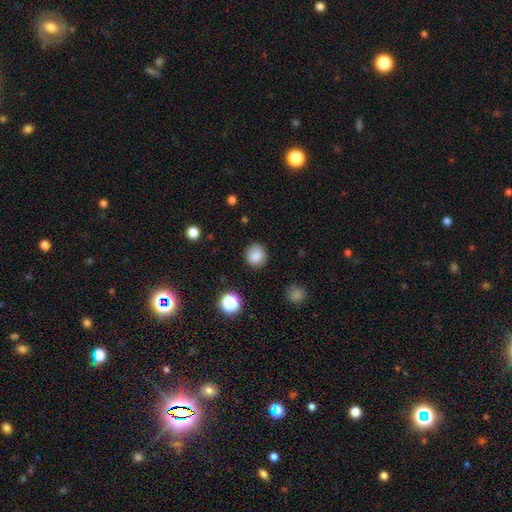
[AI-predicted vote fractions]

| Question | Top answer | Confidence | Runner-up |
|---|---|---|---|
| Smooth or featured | smooth | 86% | star or artifact (11%) |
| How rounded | round | 92% | in between (7%) |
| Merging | none | 89% | minor disturbance (7%) |